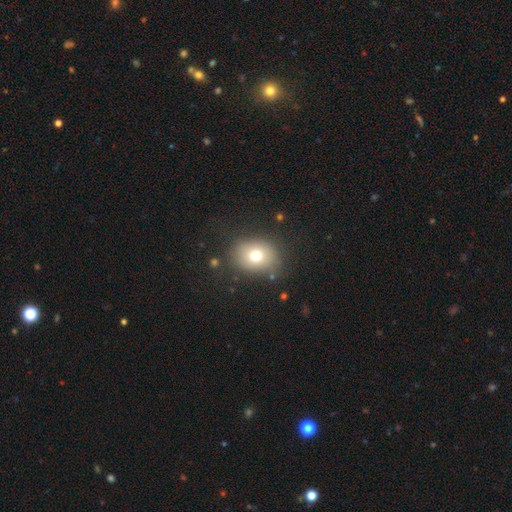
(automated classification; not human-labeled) smooth_or_featured: smooth (p=0.72) [alt: featured or disk p=0.15]
how_rounded: round (p=0.52) [alt: in between p=0.47]
merging: none (p=0.81) [alt: minor disturbance p=0.12]